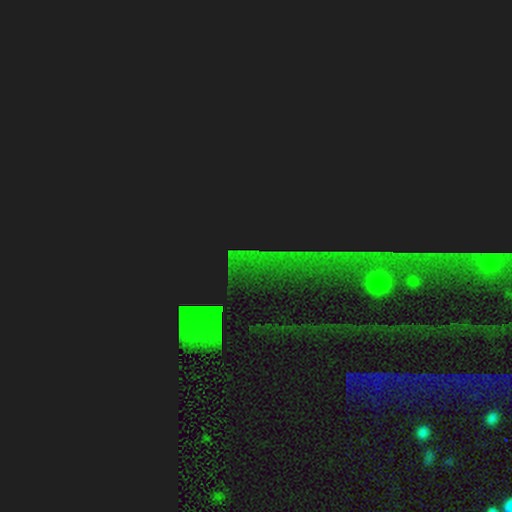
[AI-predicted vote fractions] This appears to be a star or artifact, not a galaxy (85%).